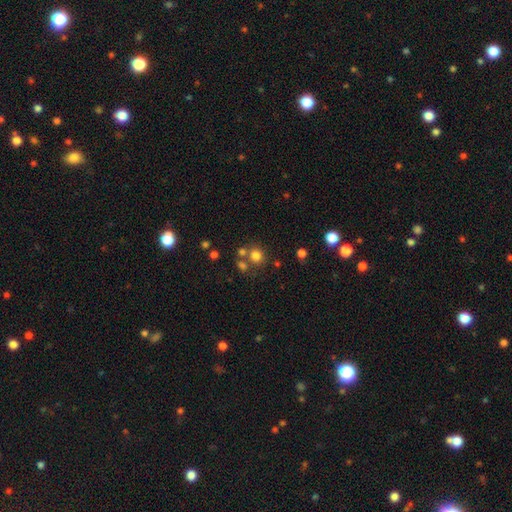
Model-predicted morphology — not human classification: A smooth galaxy with no disk features (75%) that is round (87%).

Vote fractions:
- Smooth or featured? smooth: 75% / star or artifact: 16% / featured or disk: 8%
- How rounded? round: 87% / in between: 12% / cigar-shaped: 1%
- Merging? none: 65% / merger: 22% / minor disturbance: 9% / major disturbance: 4%